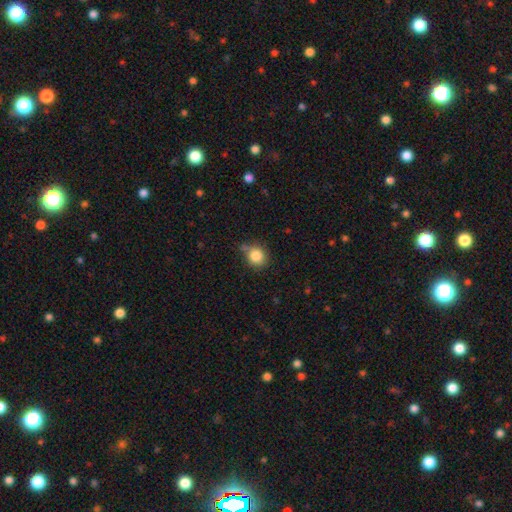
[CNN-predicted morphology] Q: Smooth or featured?
A: smooth (85%); runner-up: star or artifact (10%)
Q: How rounded?
A: round (83%); runner-up: in between (17%)
Q: Merging?
A: none (71%); runner-up: minor disturbance (18%)